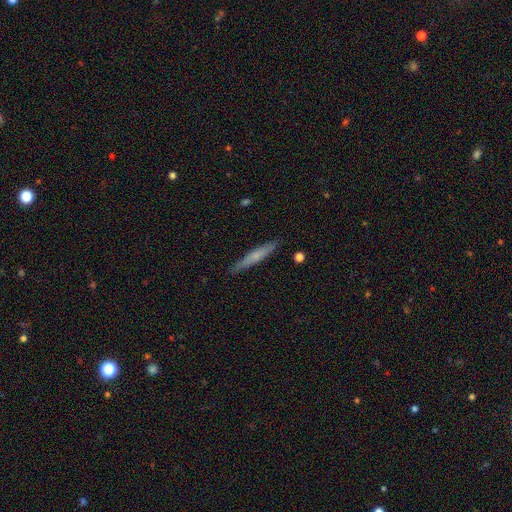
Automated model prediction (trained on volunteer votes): smooth_or_featured: smooth (p=0.54) [alt: featured or disk p=0.40]
how_rounded: cigar-shaped (p=0.94) [alt: in between p=0.04]
merging: none (p=0.88) [alt: minor disturbance p=0.09]